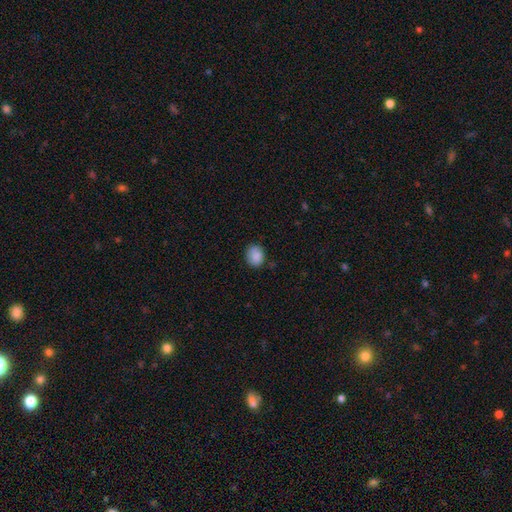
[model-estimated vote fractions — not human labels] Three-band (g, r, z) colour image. It shows a smooth galaxy with no disk features (87%) that is round (55%). Merging: none (77%).